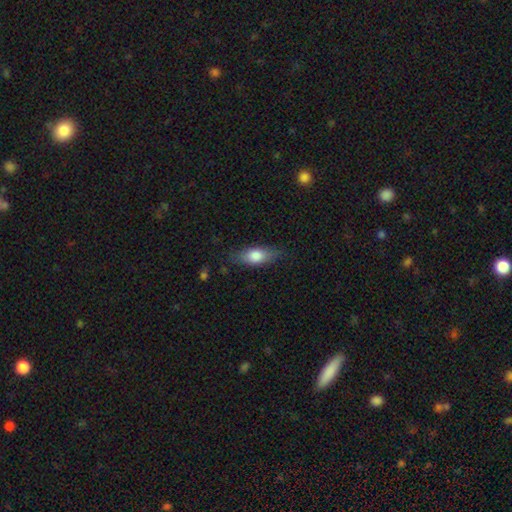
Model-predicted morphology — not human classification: Overall: smooth (75%). How rounded: in between (77%). Merging: none (76%).